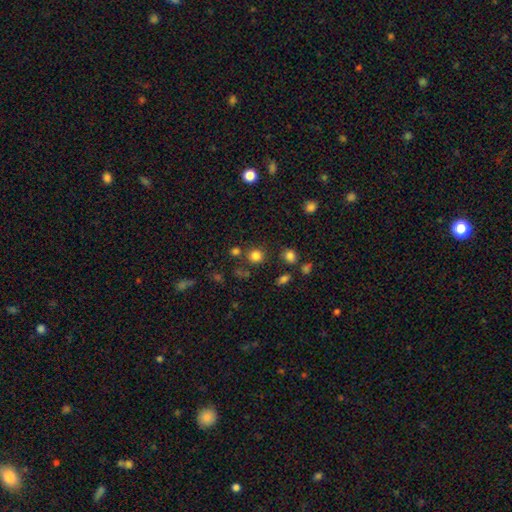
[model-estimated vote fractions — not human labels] smooth-or-featured: smooth: 80% | star or artifact: 15% | featured or disk: 5%
  how-rounded: round: 89% | in between: 10% | cigar-shaped: 1%
  merging: none: 79% | minor disturbance: 9% | merger: 9% | major disturbance: 4%